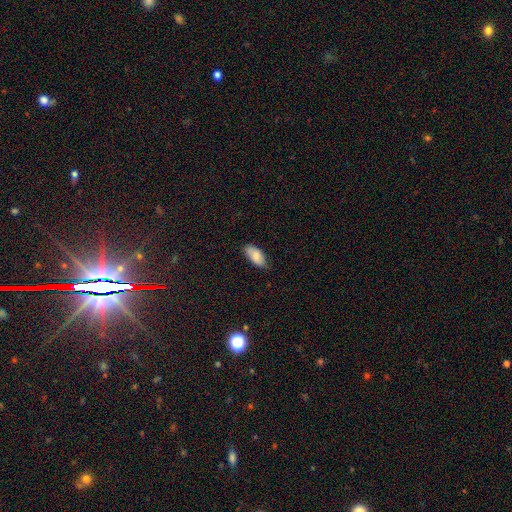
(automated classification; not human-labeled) A smooth galaxy with no disk features (82%) that is in between round and cigar-shaped (92%). Merging: none (74%).